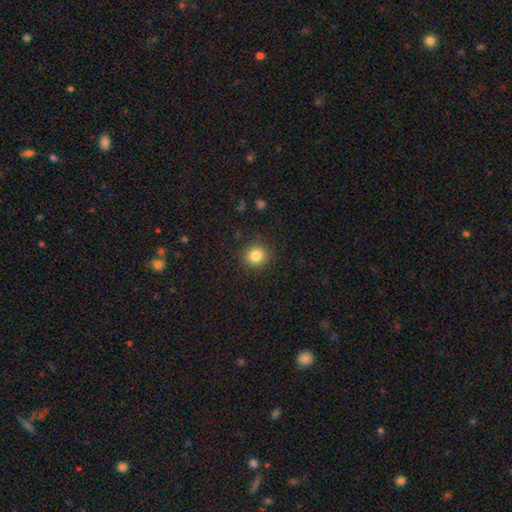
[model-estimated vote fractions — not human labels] Morphology: type=smooth (84%); roundness=round (89%); merging=none (89%).